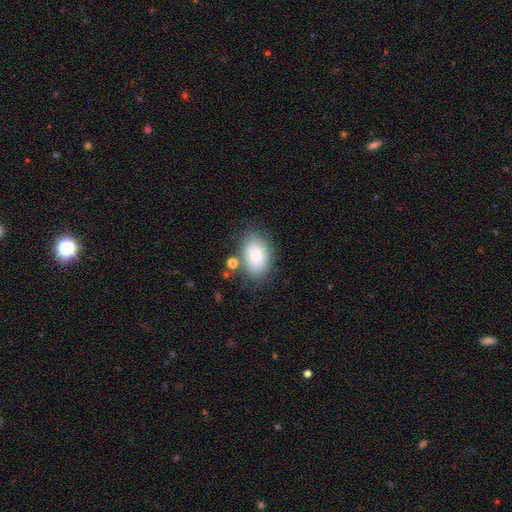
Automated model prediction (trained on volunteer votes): smooth 80%, featured or disk 12%, star or artifact 8%. Down the decision tree: how rounded — in between (88%); merging — none (74%).